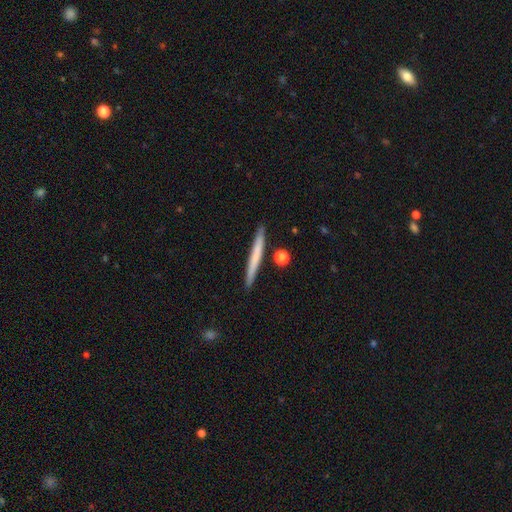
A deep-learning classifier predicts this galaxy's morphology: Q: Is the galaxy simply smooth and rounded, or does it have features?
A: smooth — 60%.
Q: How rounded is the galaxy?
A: cigar-shaped — 97%.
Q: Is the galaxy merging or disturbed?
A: none — 89%.